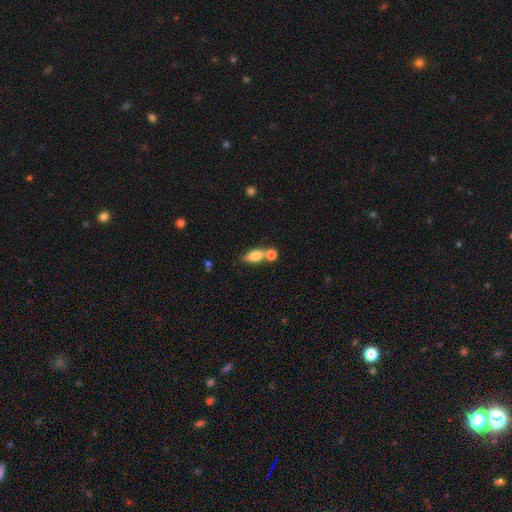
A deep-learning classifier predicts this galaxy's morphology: Smooth or featured? smooth (77%)
How rounded? in between (78%)
Merging? none (47%)